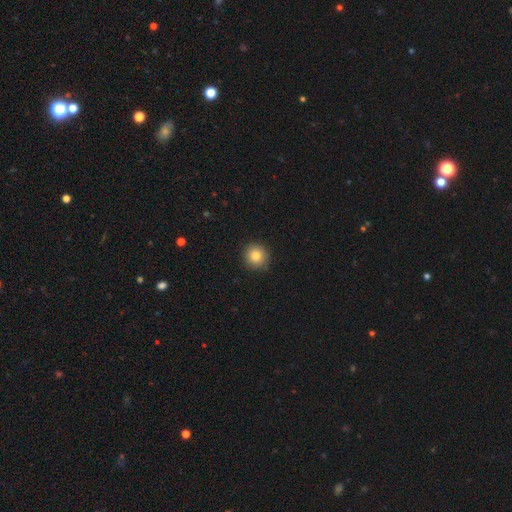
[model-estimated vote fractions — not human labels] Smooth or featured?
  - smooth: 83% *
  - star or artifact: 10%
  - featured or disk: 7%
How rounded?
  - round: 91% *
  - in between: 8%
  - cigar-shaped: 1%
Merging?
  - none: 89% *
  - minor disturbance: 8%
  - major disturbance: 2%
  - merger: 1%